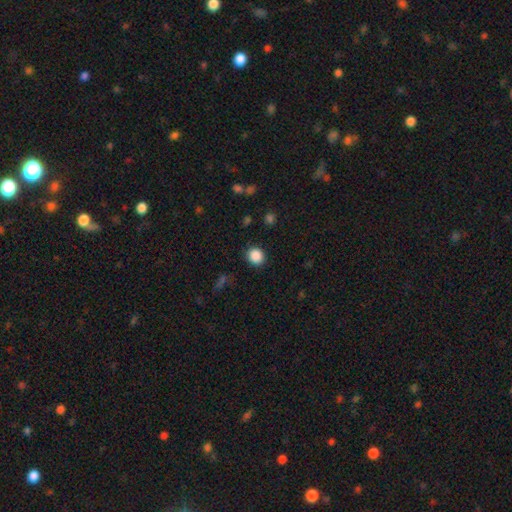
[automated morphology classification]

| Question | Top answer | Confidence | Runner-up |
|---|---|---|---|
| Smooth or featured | smooth | 87% | star or artifact (10%) |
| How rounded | round | 84% | in between (15%) |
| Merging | none | 89% | minor disturbance (7%) |